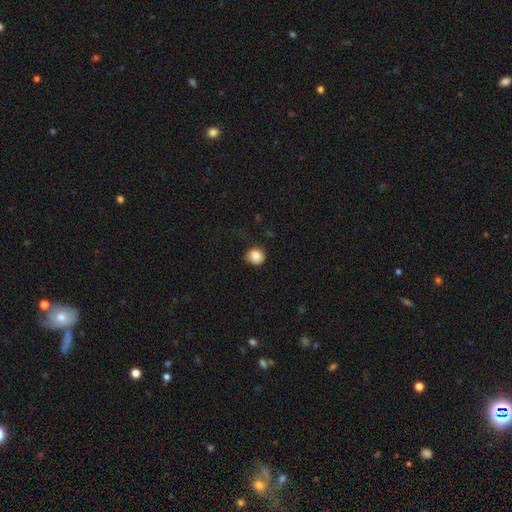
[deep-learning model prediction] Overall: smooth (85%). How rounded: round (80%). Merging: none (67%).